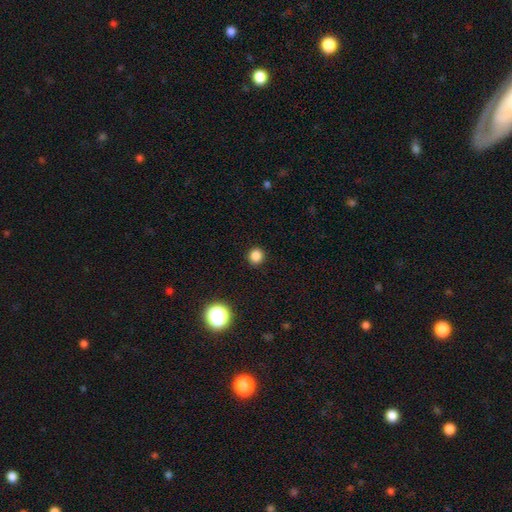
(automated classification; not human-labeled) This appears to be a smooth galaxy with no disk features (84%) that is round (92%). Merging: none (92%).